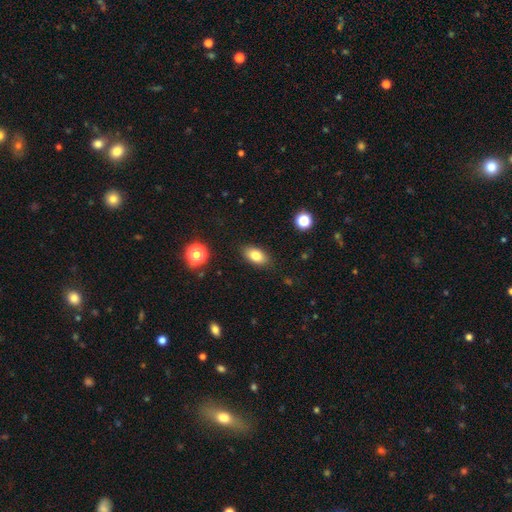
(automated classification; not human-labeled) smooth-or-featured: smooth: 81% | featured or disk: 10% | star or artifact: 9%
  how-rounded: in between: 88% | round: 8% | cigar-shaped: 4%
  merging: none: 87% | minor disturbance: 9% | major disturbance: 2% | merger: 1%